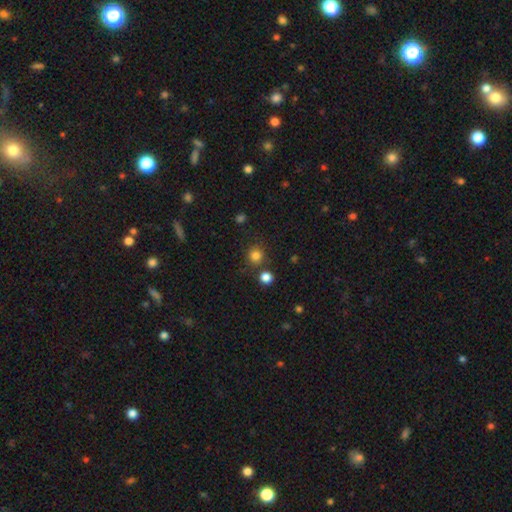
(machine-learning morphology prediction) Q: Smooth or featured?
A: smooth (81%); runner-up: star or artifact (14%)
Q: How rounded?
A: round (90%); runner-up: in between (9%)
Q: Merging?
A: none (77%); runner-up: merger (10%)